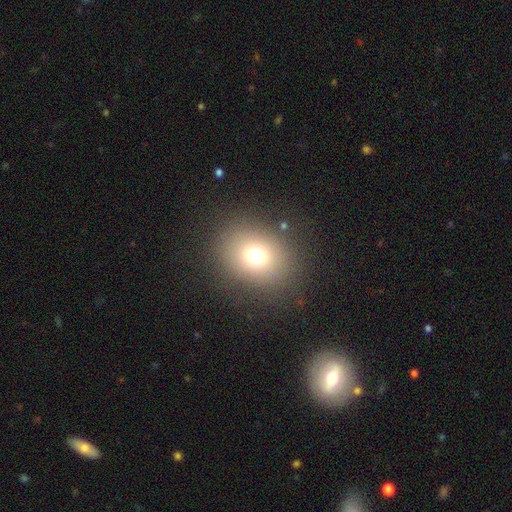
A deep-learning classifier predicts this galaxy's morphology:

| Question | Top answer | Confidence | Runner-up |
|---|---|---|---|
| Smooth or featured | smooth | 72% | star or artifact (17%) |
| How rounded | round | 59% | in between (40%) |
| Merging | none | 85% | minor disturbance (9%) |